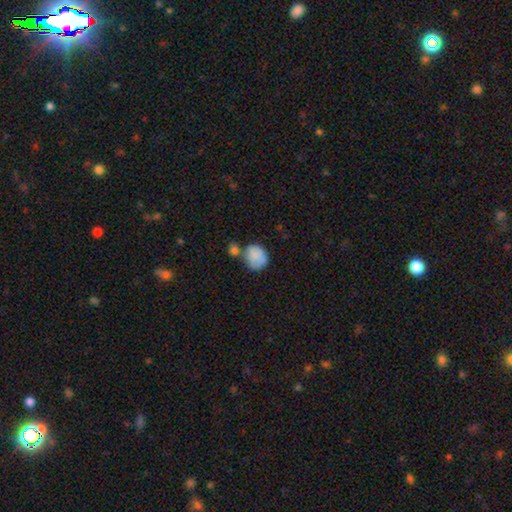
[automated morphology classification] A smooth galaxy with no disk features (83%) that is round (69%). Merging: none (41%).